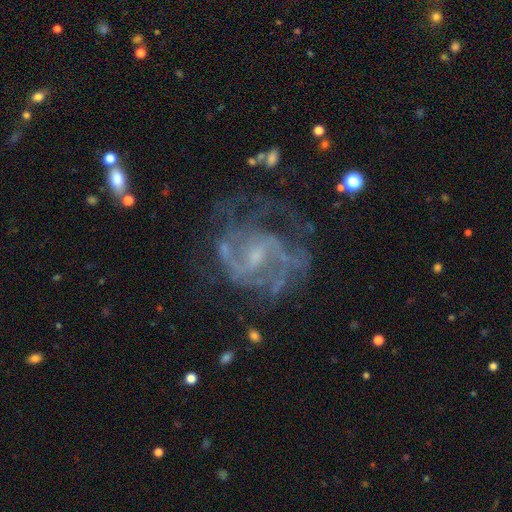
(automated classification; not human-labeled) smooth_or_featured: featured or disk (p=0.82) [alt: star or artifact p=0.10]
disk_edge_on: no (p=0.98) [alt: yes p=0.02]
bar: weak (p=0.48) [alt: no p=0.40]
has_spiral_arms: yes (p=0.84) [alt: no p=0.16]
spiral_winding: medium (p=0.47) [alt: tight p=0.34]
spiral_arm_count: 2 (p=0.41) [alt: can't tell p=0.31]
bulge_size: small (p=0.56) [alt: moderate p=0.24]
merging: none (p=0.56) [alt: major disturbance p=0.22]